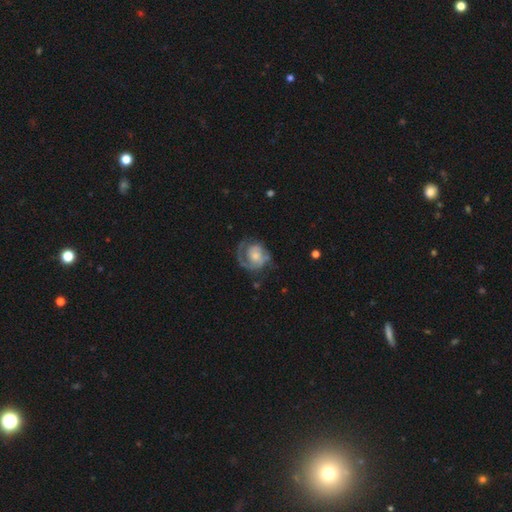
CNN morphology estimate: The model was most divided on "bulge size": moderate: 41%, small: 36%, large: 13%, none: 9%, dominant: 2%. Remaining: edge-on disk — no (98%); spiral arms — yes (91%); smooth or featured — featured or disk (76%); bar — no (71%); merging — none (59%); spiral winding — tight (47%); spiral arm count — 2 (47%).